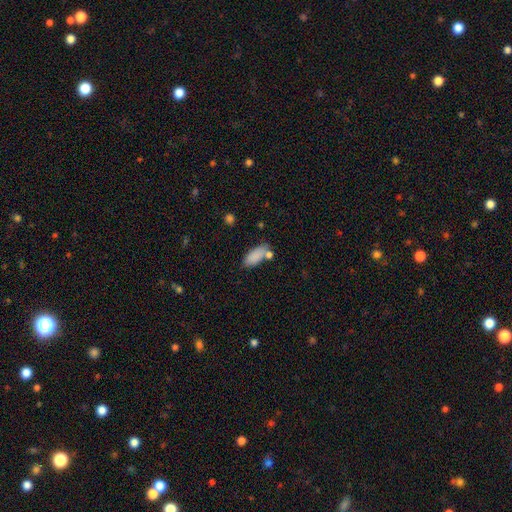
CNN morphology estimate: Smooth or featured?
  - smooth: 86% *
  - star or artifact: 8%
  - featured or disk: 7%
How rounded?
  - in between: 85% *
  - cigar-shaped: 12%
  - round: 3%
Merging?
  - none: 63% *
  - minor disturbance: 16%
  - merger: 15%
  - major disturbance: 5%